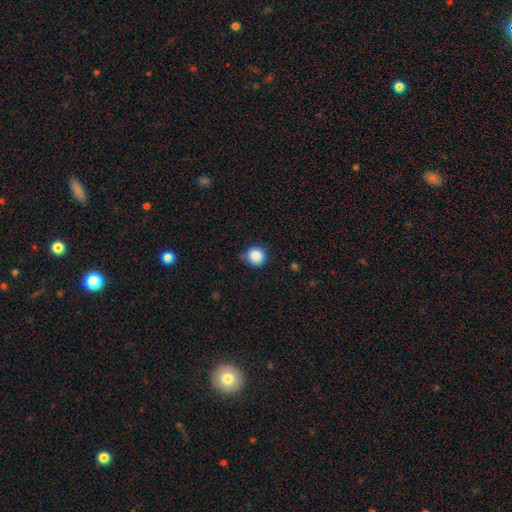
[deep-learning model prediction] smooth_or_featured: smooth (p=0.87) [alt: star or artifact p=0.09]
how_rounded: round (p=0.93) [alt: in between p=0.06]
merging: none (p=0.73) [alt: minor disturbance p=0.22]